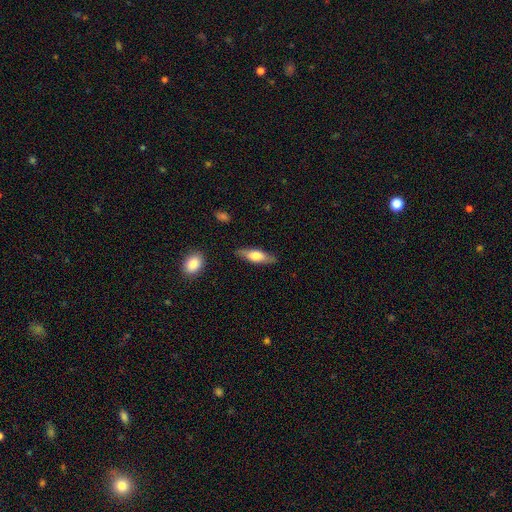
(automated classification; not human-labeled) smooth 56%, featured or disk 38%, star or artifact 6%. Down the decision tree: how rounded — cigar-shaped (49%); merging — none (84%).